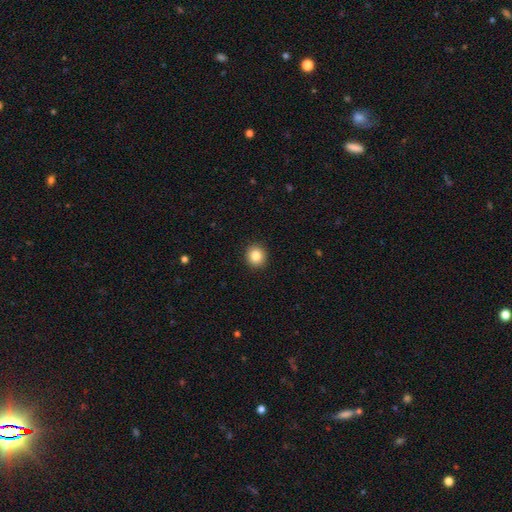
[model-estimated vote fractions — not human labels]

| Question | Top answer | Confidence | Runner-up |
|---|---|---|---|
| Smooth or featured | smooth | 84% | star or artifact (10%) |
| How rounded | round | 91% | in between (8%) |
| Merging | none | 93% | minor disturbance (5%) |